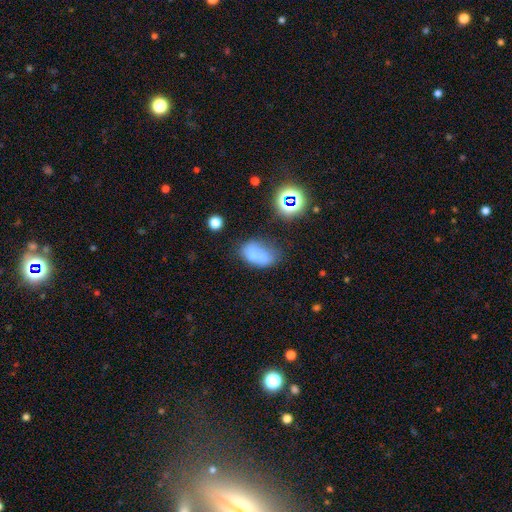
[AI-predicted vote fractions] Smooth or featured: smooth — 64% (featured or disk — 22%)
How rounded: in between — 79% (round — 19%)
Merging: merger — 45% (none — 29%)